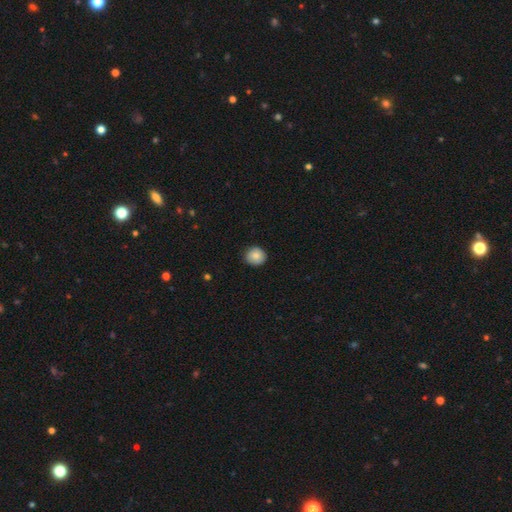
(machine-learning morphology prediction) smooth-or-featured: smooth: 83% | featured or disk: 9% | star or artifact: 8%
  how-rounded: round: 86% | in between: 13% | cigar-shaped: 1%
  merging: none: 88% | minor disturbance: 10% | major disturbance: 2% | merger: 1%